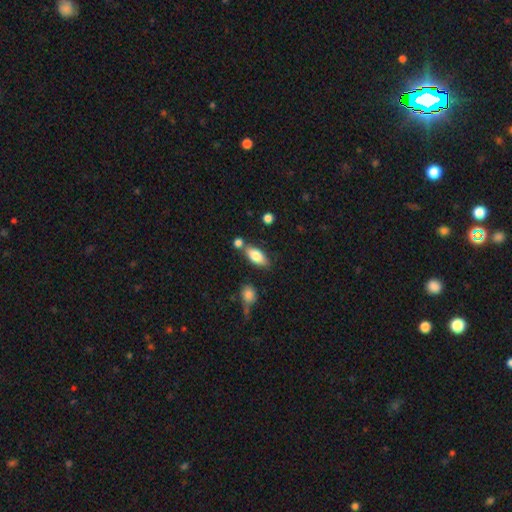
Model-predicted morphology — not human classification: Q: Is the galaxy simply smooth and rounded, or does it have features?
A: smooth — 77%.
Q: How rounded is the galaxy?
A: in between — 81%.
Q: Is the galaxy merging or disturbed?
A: none — 66%.